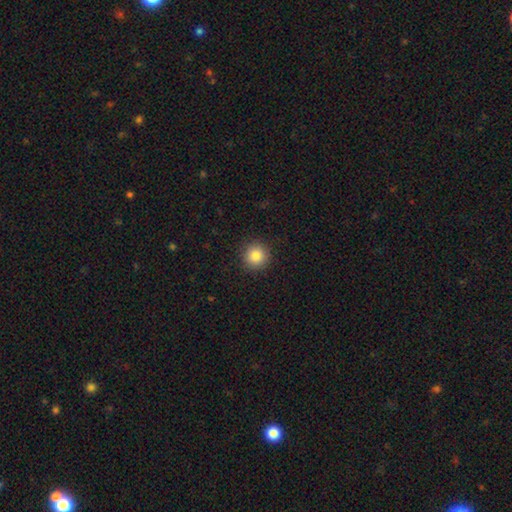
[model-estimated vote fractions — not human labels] Overall: smooth (85%). How rounded: round (94%). Merging: none (91%).